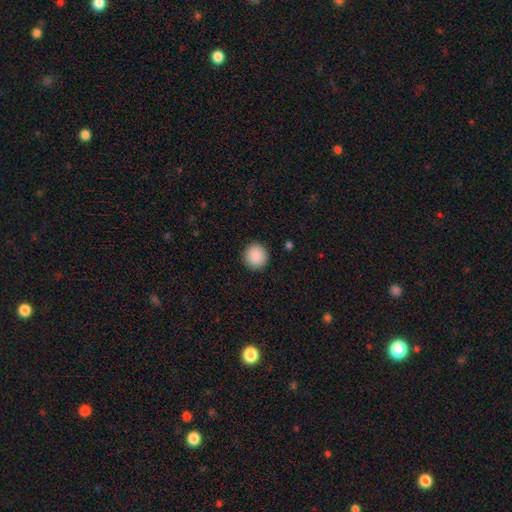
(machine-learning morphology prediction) Smooth or featured?
  - smooth: 90% *
  - star or artifact: 8%
  - featured or disk: 3%
How rounded?
  - round: 94% *
  - in between: 5%
  - cigar-shaped: 1%
Merging?
  - none: 92% *
  - minor disturbance: 5%
  - major disturbance: 2%
  - merger: 1%